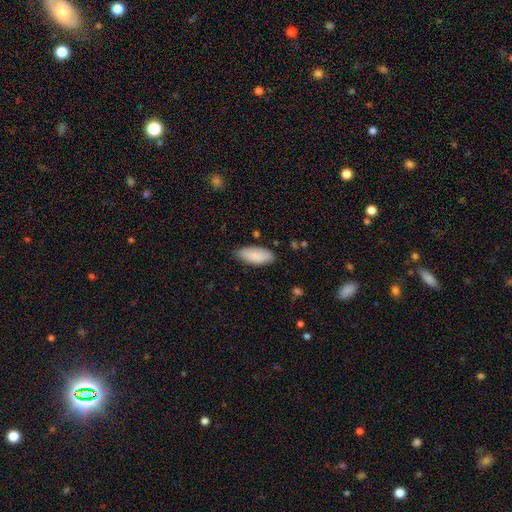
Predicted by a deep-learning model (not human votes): Smooth or featured? Predicted: smooth (p=0.88). How rounded? Predicted: in between (p=0.85). Merging? Predicted: none (p=0.82).